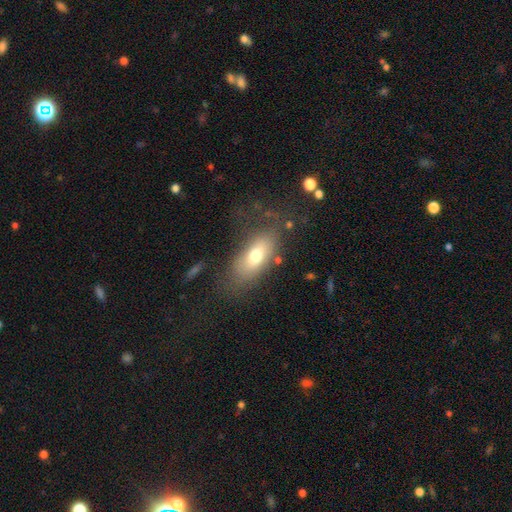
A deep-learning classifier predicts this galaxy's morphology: Smooth or featured? smooth (68%)
How rounded? in between (83%)
Merging? none (67%)